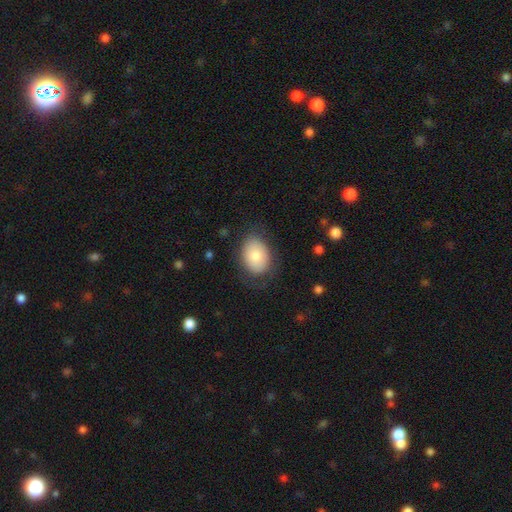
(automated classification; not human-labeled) smooth 77%, featured or disk 16%, star or artifact 7%. Down the decision tree: how rounded — in between (73%); merging — none (75%).